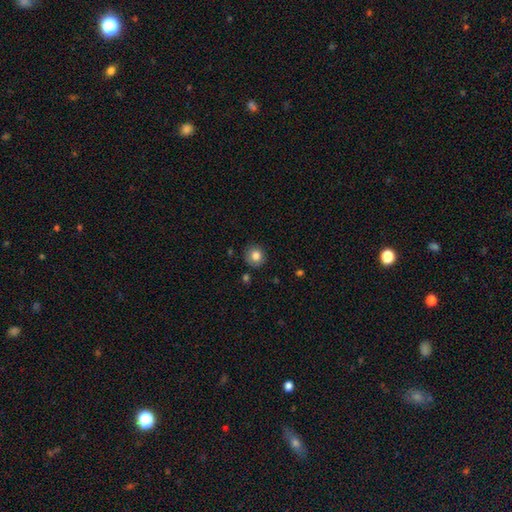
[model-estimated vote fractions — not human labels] smooth 82%, star or artifact 10%, featured or disk 8%. Down the decision tree: how rounded — round (89%); merging — none (84%).